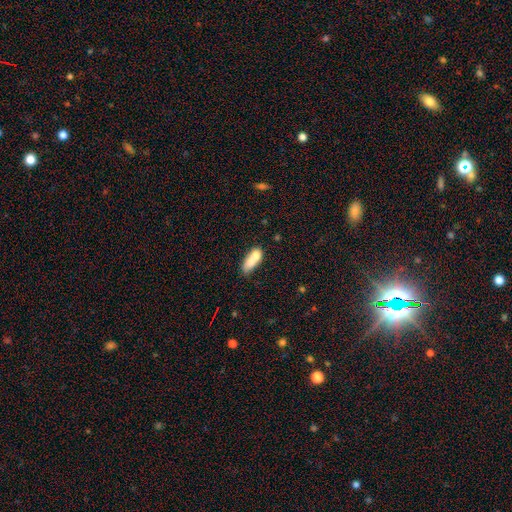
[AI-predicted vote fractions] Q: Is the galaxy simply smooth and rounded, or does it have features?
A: smooth — 73%.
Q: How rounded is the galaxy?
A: in between — 66%.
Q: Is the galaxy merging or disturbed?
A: merger — 41%.